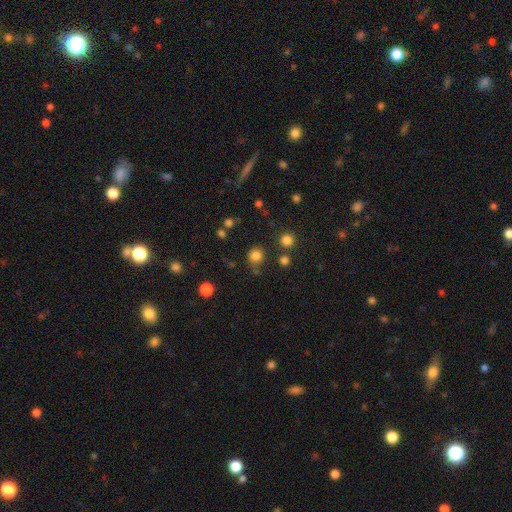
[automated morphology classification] Overall: smooth (80%). How rounded: round (89%). Merging: none (79%).